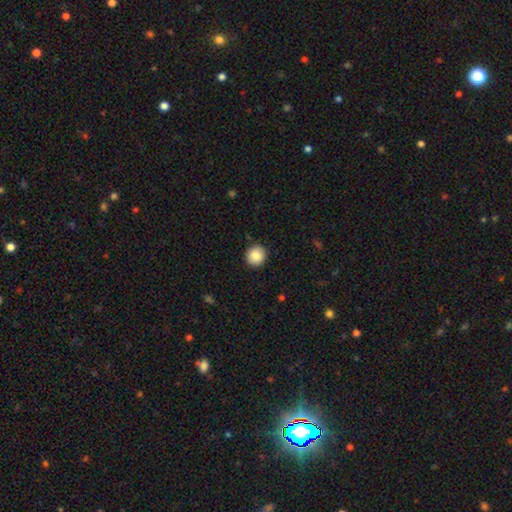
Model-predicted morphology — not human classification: Smooth or featured? Predicted: smooth (p=0.87). How rounded? Predicted: round (p=0.90). Merging? Predicted: none (p=0.91).